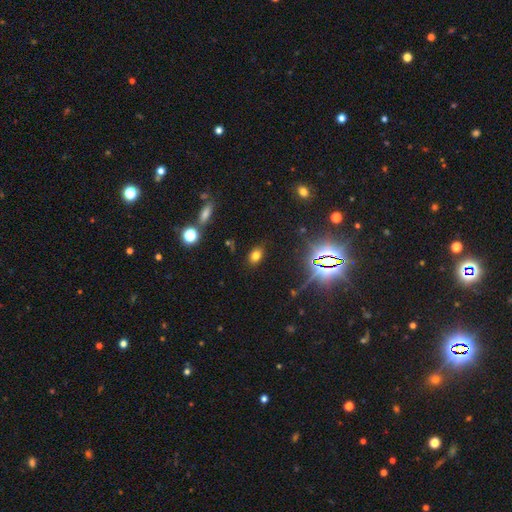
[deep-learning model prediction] smooth_or_featured: smooth (p=0.69) [alt: star or artifact p=0.23]
how_rounded: in between (p=0.73) [alt: round p=0.25]
merging: none (p=0.84) [alt: minor disturbance p=0.10]